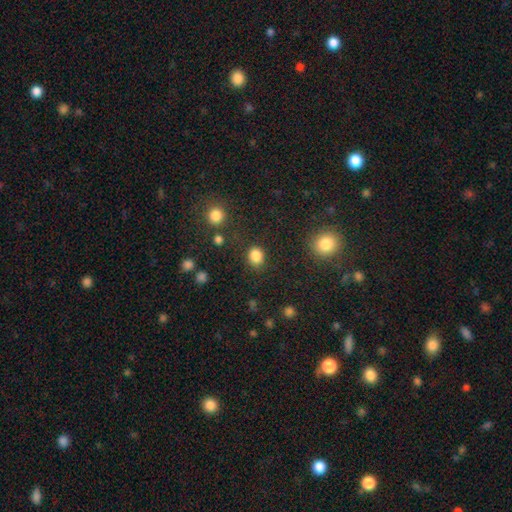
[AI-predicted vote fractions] smooth 85%, star or artifact 11%, featured or disk 4%. Down the decision tree: how rounded — round (63%); merging — none (83%).